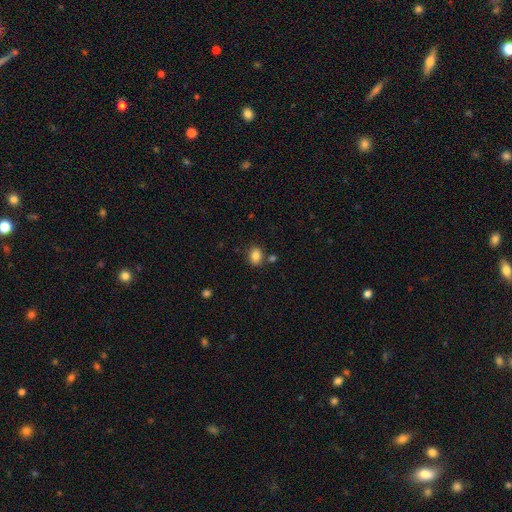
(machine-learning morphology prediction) type=smooth (84%); roundness=in between (59%); merging=none (77%).